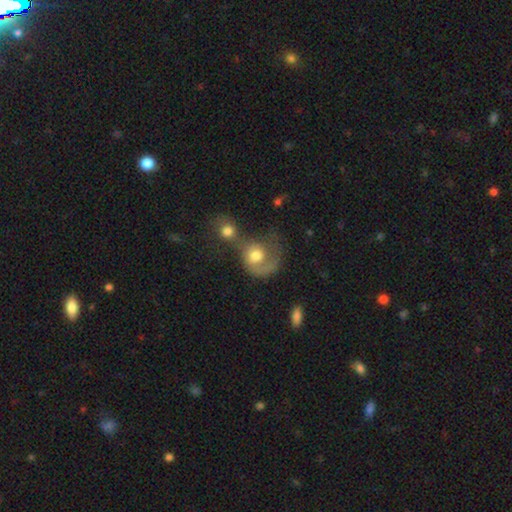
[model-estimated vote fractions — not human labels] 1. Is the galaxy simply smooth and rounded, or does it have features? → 48% smooth, 44% featured or disk, 8% star or artifact.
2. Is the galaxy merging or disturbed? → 50% merger, 23% major disturbance, 17% none, 10% minor disturbance.